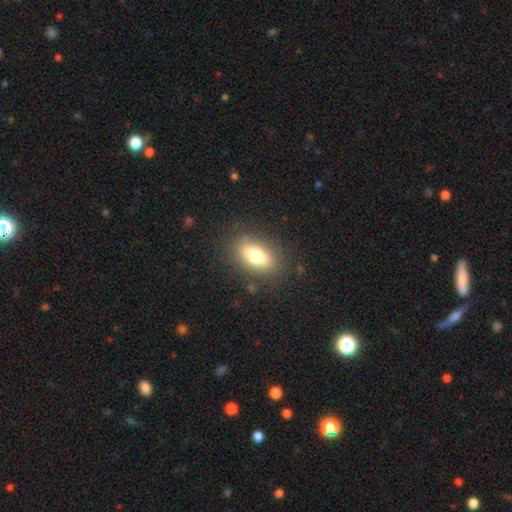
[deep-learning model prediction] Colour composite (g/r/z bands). It shows a smooth galaxy with no disk features (73%) that is in between round and cigar-shaped (83%). Merging: none (83%).